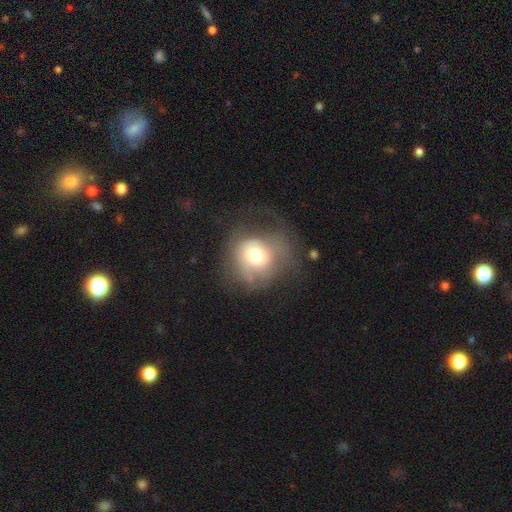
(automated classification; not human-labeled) A smooth galaxy with no disk features (62%) that is round (77%).

Vote fractions:
- Smooth or featured? smooth: 62% / featured or disk: 26% / star or artifact: 12%
- How rounded? round: 77% / in between: 22% / cigar-shaped: 1%
- Merging? major disturbance: 37% / none: 35% / minor disturbance: 25% / merger: 3%